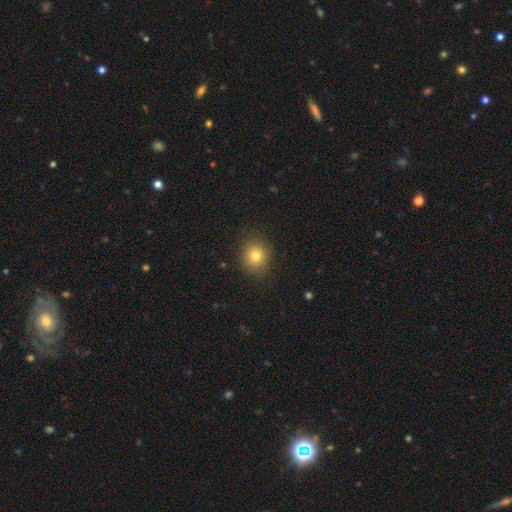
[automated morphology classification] Smooth or featured? smooth (79%)
How rounded? round (79%)
Merging? none (88%)